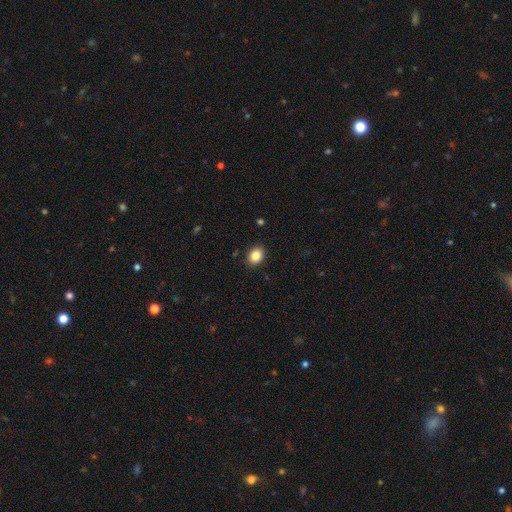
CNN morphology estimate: The model was most divided on "how rounded": in between: 53%, round: 46%, cigar-shaped: 1%. More confident: merging — none (89%); smooth or featured — smooth (86%).